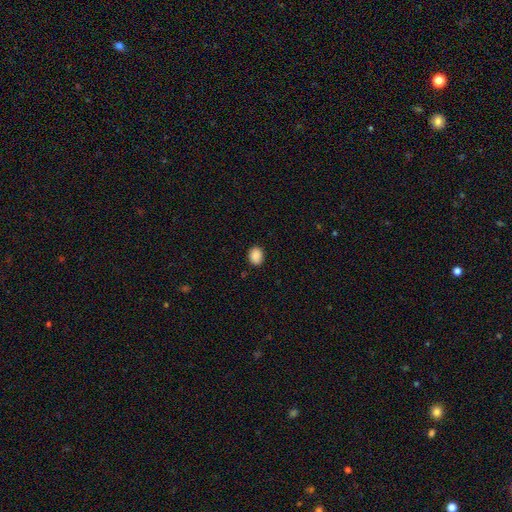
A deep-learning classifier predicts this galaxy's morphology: This is clearly a smooth galaxy (89%). How rounded: possibly in between (57%). Merging: clearly none (87%).